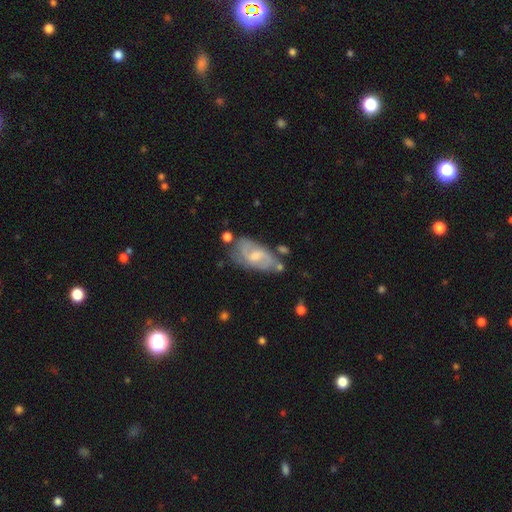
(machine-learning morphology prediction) A featured or disk galaxy (72%) with a weak bar (54%), 2 (76%) medium (49%) spiral arms (90%) and a moderate central bulge (45%). Merging: none (57%).